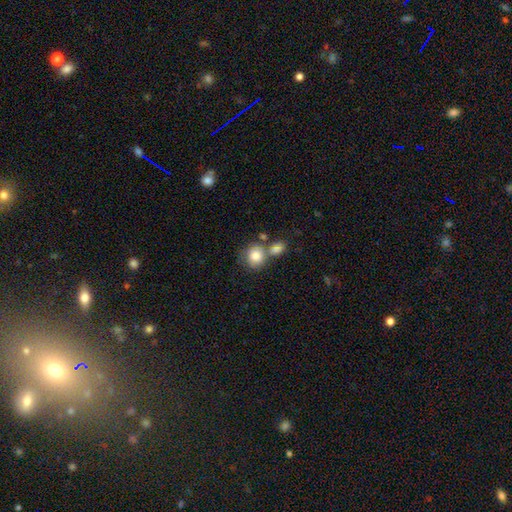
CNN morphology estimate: Smooth or featured? Predicted: smooth (p=0.79). How rounded? Predicted: round (p=0.79). Merging? Predicted: none (p=0.43).